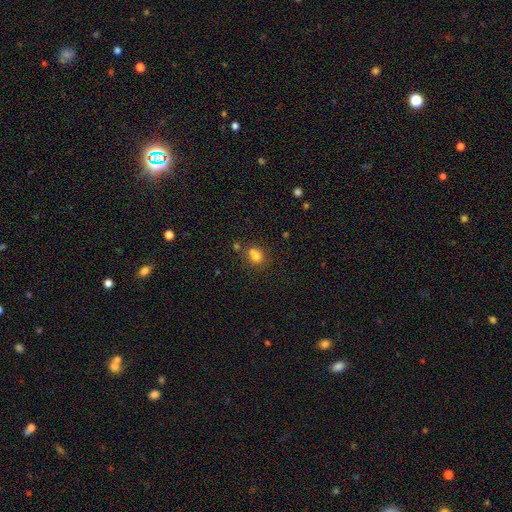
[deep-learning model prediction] smooth-or-featured: smooth: 74% | star or artifact: 13% | featured or disk: 13%
  how-rounded: round: 62% | in between: 37% | cigar-shaped: 1%
  merging: none: 42% (tied) | merger: 42% (tied) | minor disturbance: 12% | major disturbance: 5%